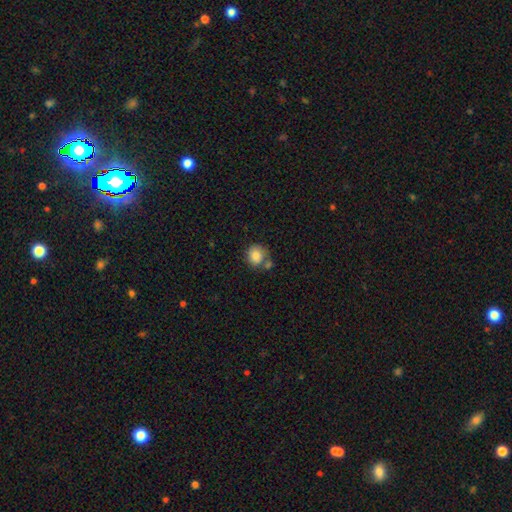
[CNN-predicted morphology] This is clearly a smooth galaxy (84%). How rounded: clearly round (81%). Merging: possibly none (55%).